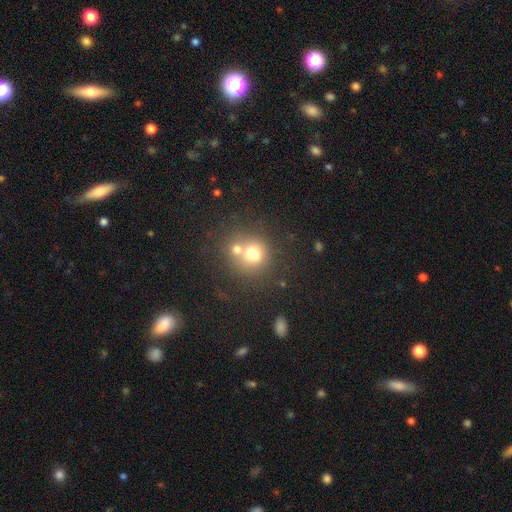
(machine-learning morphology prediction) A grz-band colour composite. It shows a smooth galaxy with no disk features (66%) that is round (76%). Merging: merger (47%).